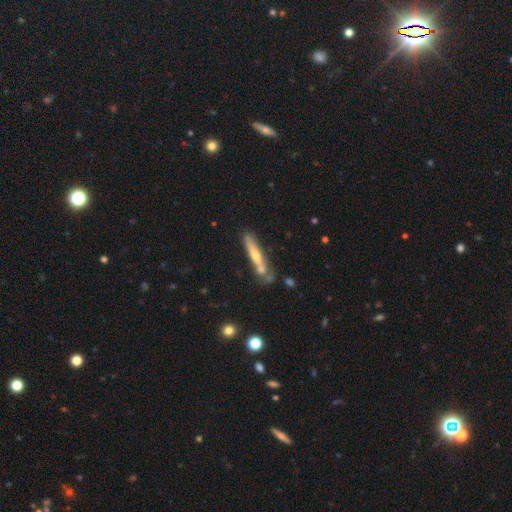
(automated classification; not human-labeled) Q: Smooth or featured?
A: featured or disk (56%); runner-up: smooth (38%)
Q: Edge-on disk?
A: yes (87%); runner-up: no (13%)
Q: Merging?
A: none (63%); runner-up: minor disturbance (19%)